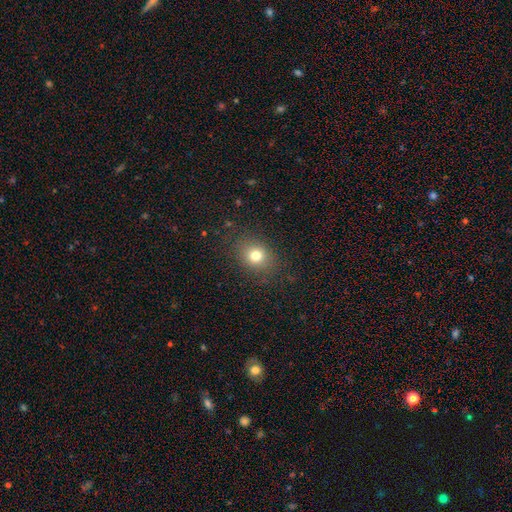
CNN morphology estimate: This is likely a smooth galaxy (76%). How rounded: likely round (61%). Merging: clearly none (84%).